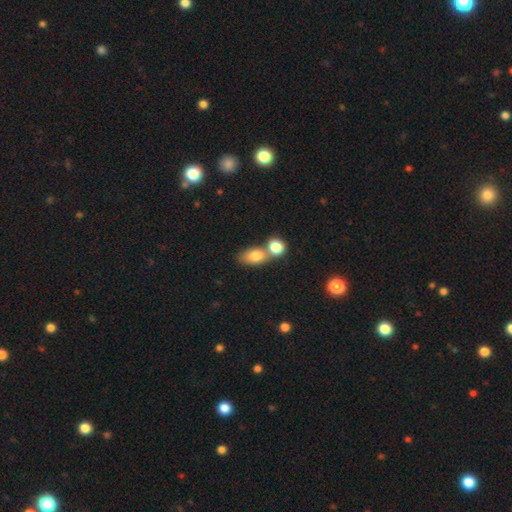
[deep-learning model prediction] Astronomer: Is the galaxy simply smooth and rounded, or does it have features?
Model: smooth — 79%.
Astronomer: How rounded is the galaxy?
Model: in between — 79%.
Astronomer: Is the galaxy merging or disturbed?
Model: merger — 46% (runner-up: none, 40%).